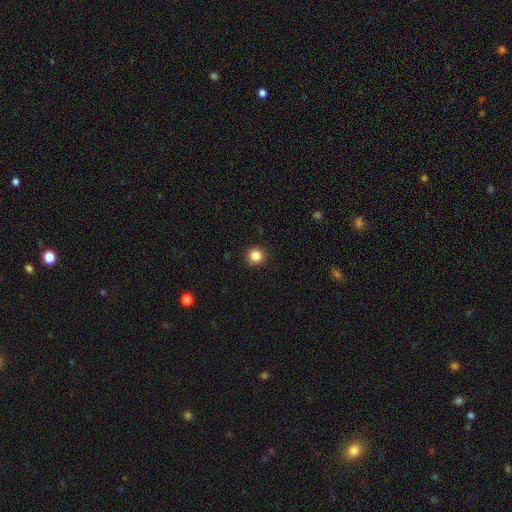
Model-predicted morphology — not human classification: Smooth or featured?
  - smooth: 85% *
  - star or artifact: 11%
  - featured or disk: 4%
How rounded?
  - round: 94% *
  - in between: 5%
  - cigar-shaped: 1%
Merging?
  - none: 93% *
  - minor disturbance: 5%
  - major disturbance: 2%
  - merger: 1%